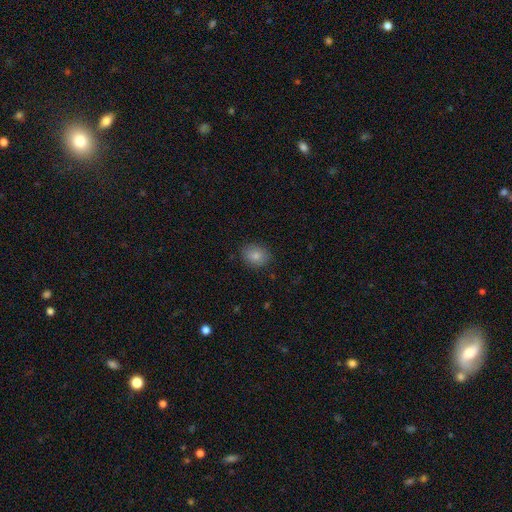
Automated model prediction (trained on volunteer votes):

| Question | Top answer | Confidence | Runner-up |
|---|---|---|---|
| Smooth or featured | smooth | 83% | star or artifact (9%) |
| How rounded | in between | 54% | round (45%) |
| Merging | none | 87% | minor disturbance (10%) |